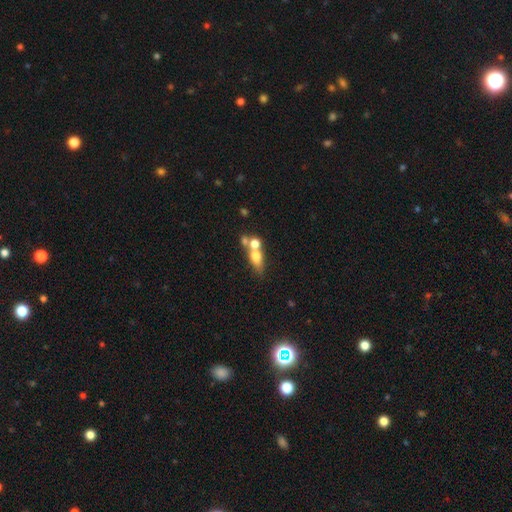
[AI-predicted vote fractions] Smooth or featured: smooth — 62% (featured or disk — 27%)
How rounded: in between — 51% (round — 33%)
Merging: merger — 53% (none — 32%)